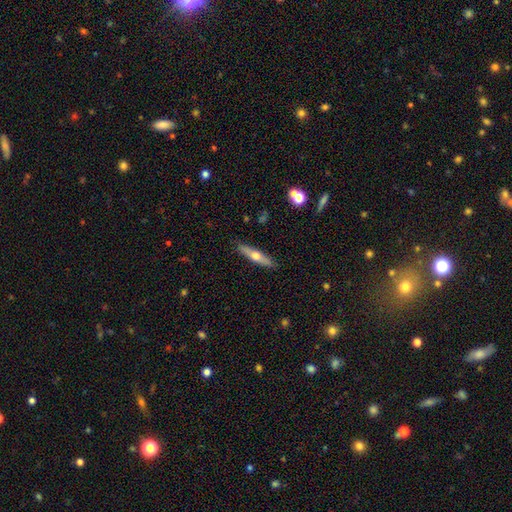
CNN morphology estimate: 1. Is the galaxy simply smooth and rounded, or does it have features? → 47% featured or disk, 46% smooth, 6% star or artifact.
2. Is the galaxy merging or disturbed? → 89% none, 8% minor disturbance, 2% major disturbance, 1% merger.